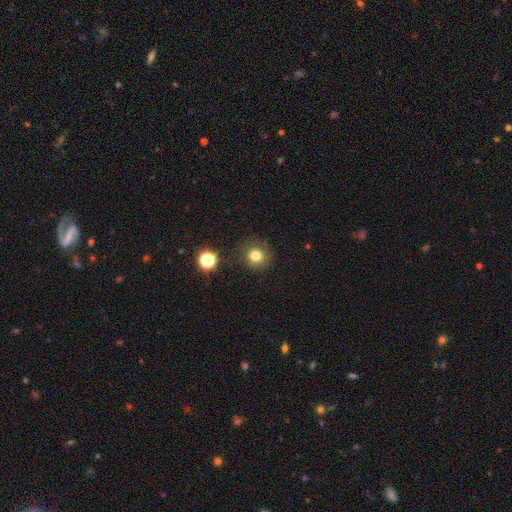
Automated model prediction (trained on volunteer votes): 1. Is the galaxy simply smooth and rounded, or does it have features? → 78% smooth, 14% star or artifact, 8% featured or disk.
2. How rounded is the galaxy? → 91% round, 8% in between, 1% cigar-shaped.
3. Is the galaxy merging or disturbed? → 82% none, 11% minor disturbance, 4% major disturbance, 3% merger.